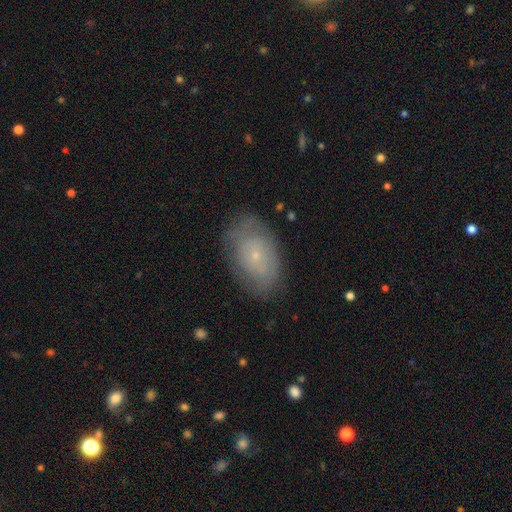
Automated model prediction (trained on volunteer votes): This appears to be a smooth galaxy with no disk features (50%) that is in between round and cigar-shaped (87%). Merging: none (75%).